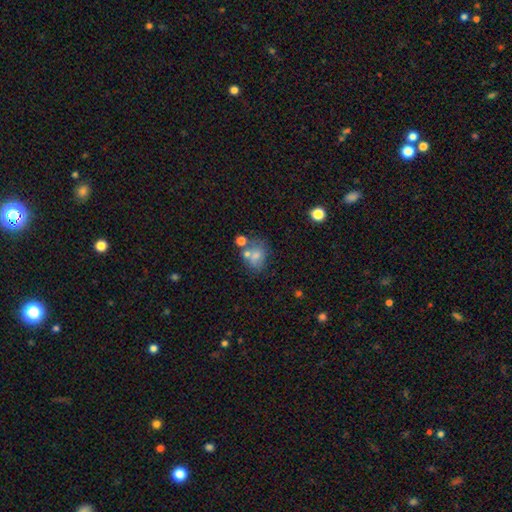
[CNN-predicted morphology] type=smooth (66%); roundness=in between (51%); merging=none (42%).